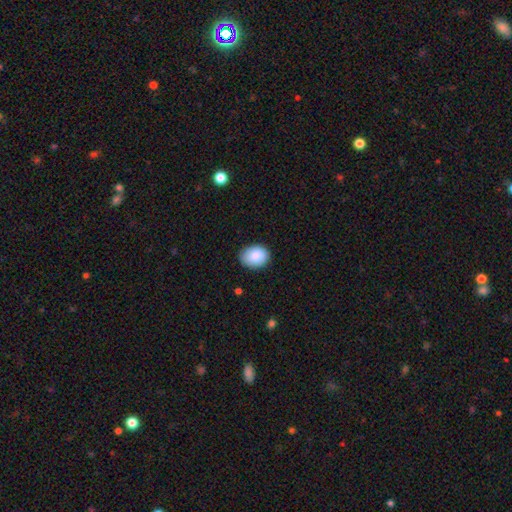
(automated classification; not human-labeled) Smooth or featured? smooth (87%)
How rounded? in between (61%)
Merging? none (82%)